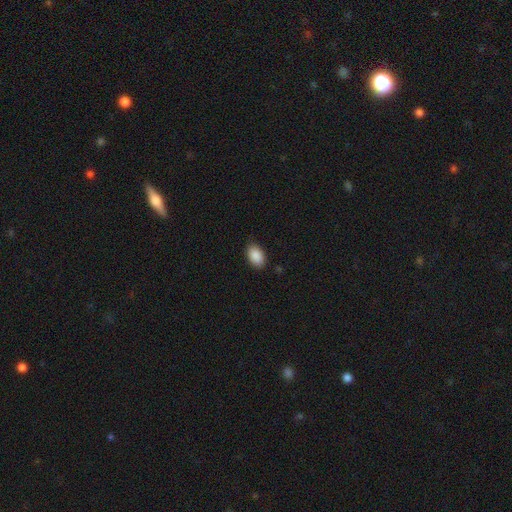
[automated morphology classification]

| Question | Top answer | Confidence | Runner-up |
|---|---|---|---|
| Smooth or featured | smooth | 89% | star or artifact (7%) |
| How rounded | in between | 91% | round (8%) |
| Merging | none | 85% | minor disturbance (12%) |